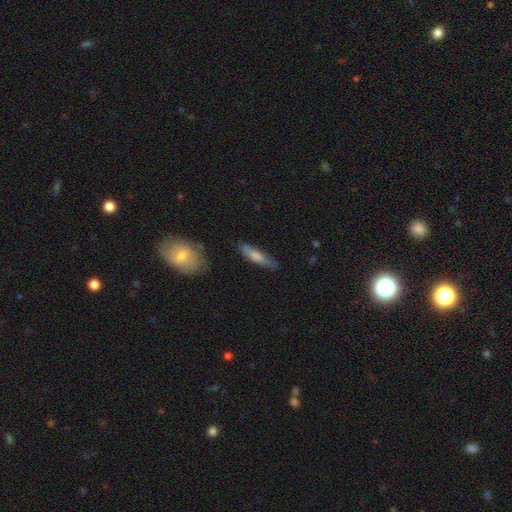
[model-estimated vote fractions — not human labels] Overall: smooth (71%). How rounded: cigar-shaped (74%). Merging: none (76%).